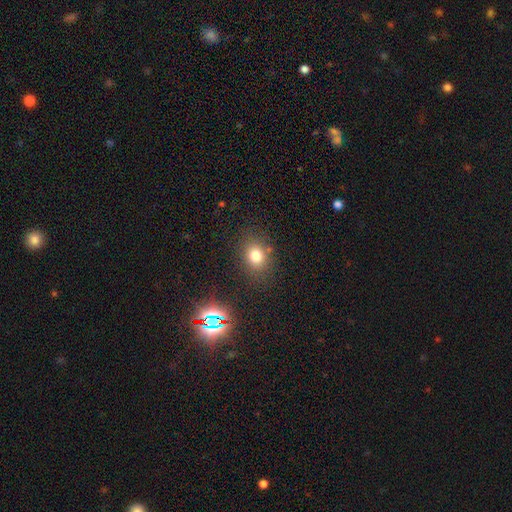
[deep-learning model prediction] Morphology: type=smooth (75%); roundness=round (62%); merging=none (81%).